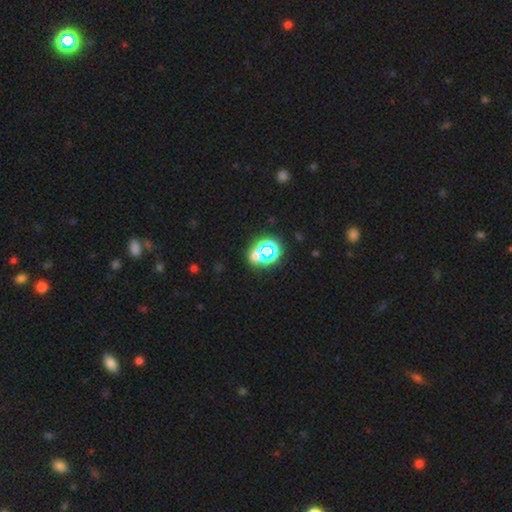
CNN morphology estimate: Smooth or featured? Predicted: star or artifact (p=0.58).